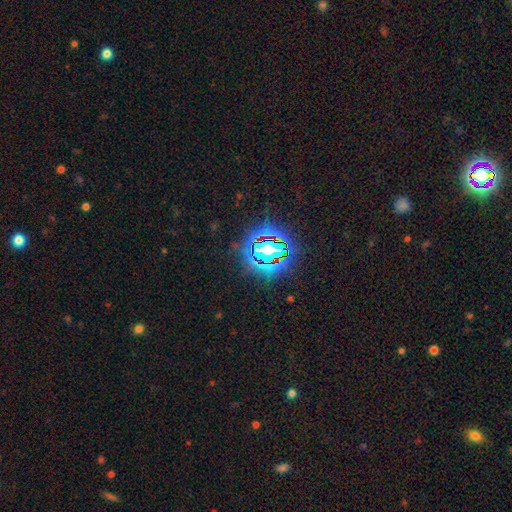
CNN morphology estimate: Smooth or featured? star or artifact (74%)